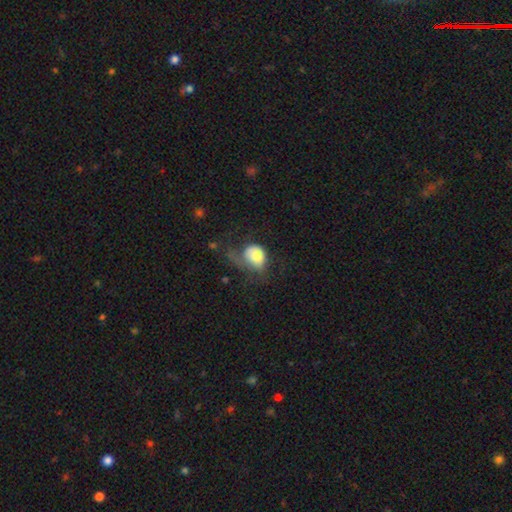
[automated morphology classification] Smooth or featured: smooth — 72% (featured or disk — 20%)
How rounded: in between — 59% (round — 40%)
Merging: major disturbance — 49% (minor disturbance — 24%)